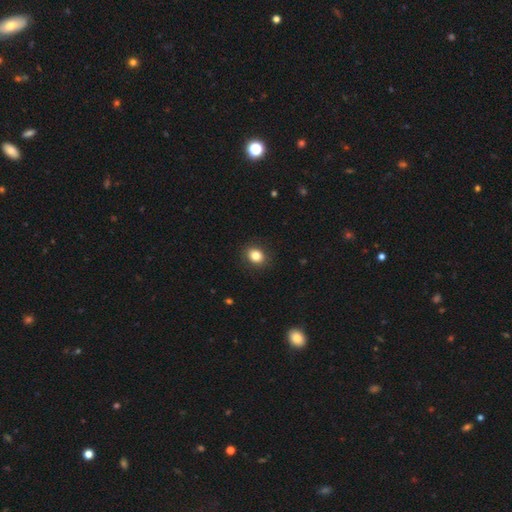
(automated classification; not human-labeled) smooth-or-featured: smooth: 84% | star or artifact: 10% | featured or disk: 6%
  how-rounded: round: 62% | in between: 37% | cigar-shaped: 1%
  merging: none: 90% | minor disturbance: 7% | major disturbance: 2% | merger: 1%